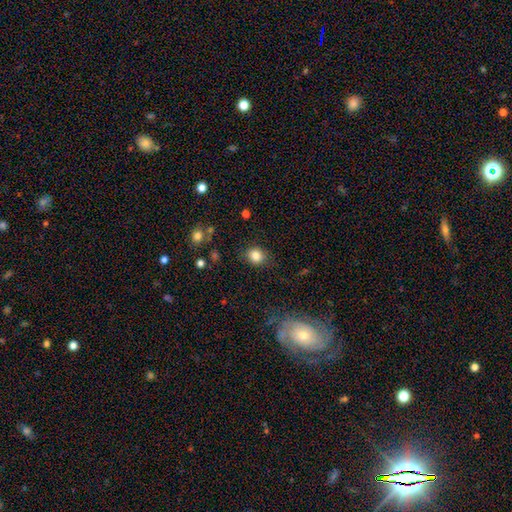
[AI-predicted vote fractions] A smooth galaxy with no disk features (83%) that is round (72%).

Vote fractions:
- Smooth or featured? smooth: 83% / star or artifact: 11% / featured or disk: 6%
- How rounded? round: 72% / in between: 28% / cigar-shaped: 1%
- Merging? none: 83% / minor disturbance: 12% / major disturbance: 3% / merger: 2%